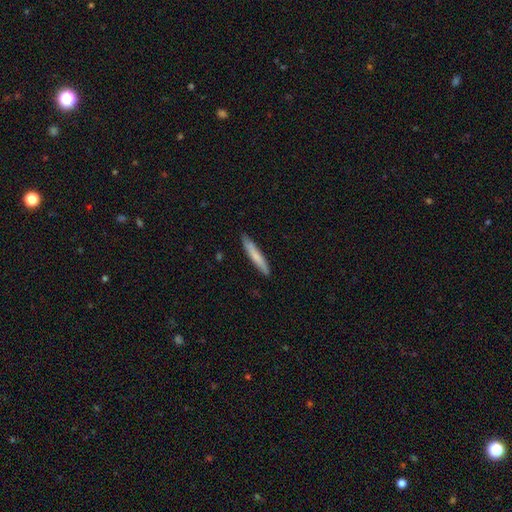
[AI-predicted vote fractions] smooth 72%, featured or disk 22%, star or artifact 5%. Down the decision tree: how rounded — cigar-shaped (95%); merging — none (88%).